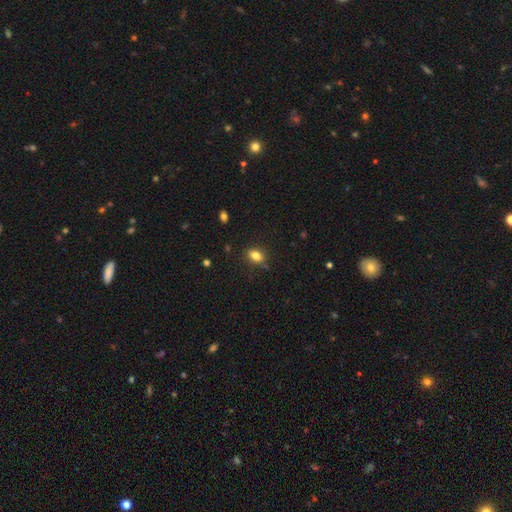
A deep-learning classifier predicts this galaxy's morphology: type=smooth (81%); roundness=in between (73%); merging=none (82%).